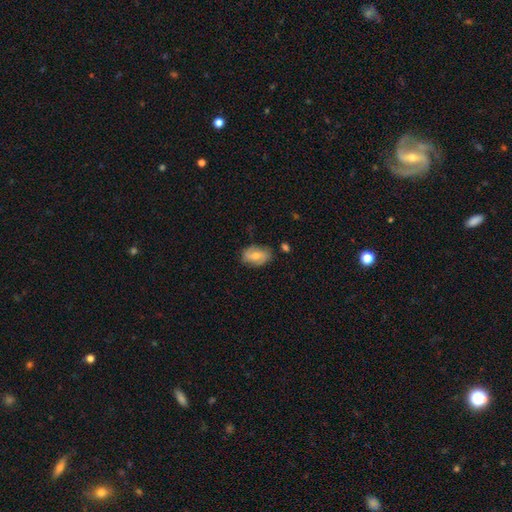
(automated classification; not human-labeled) This is possibly a smooth galaxy (51%). How rounded: clearly in between (84%). Merging: likely none (73%).